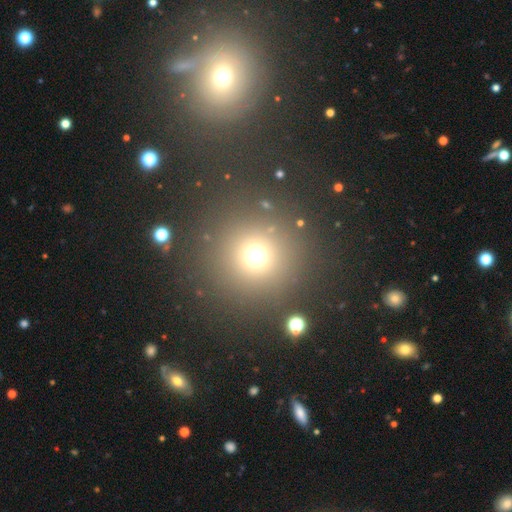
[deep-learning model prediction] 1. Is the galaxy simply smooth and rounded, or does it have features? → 67% smooth, 26% star or artifact, 8% featured or disk.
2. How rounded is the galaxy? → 95% round, 4% in between, 1% cigar-shaped.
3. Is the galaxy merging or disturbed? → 84% none, 7% minor disturbance, 5% major disturbance, 5% merger.